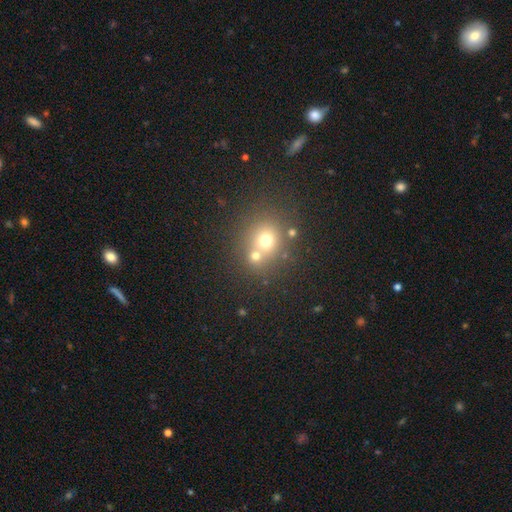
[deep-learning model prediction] A smooth galaxy with no disk features (68%) that is round (81%). Merging: none (51%).